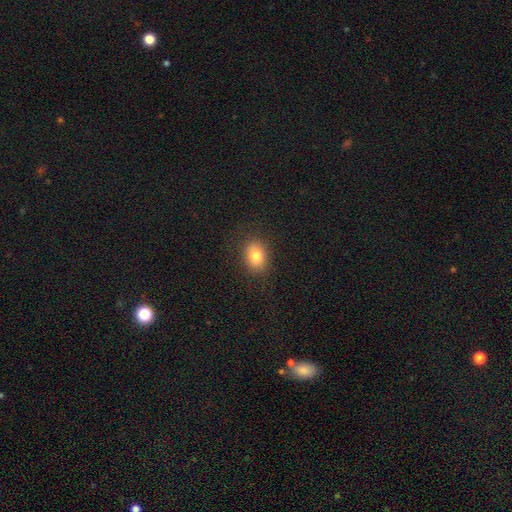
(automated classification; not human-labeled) smooth 80%, star or artifact 10%, featured or disk 9%. Down the decision tree: how rounded — in between (61%); merging — none (85%).